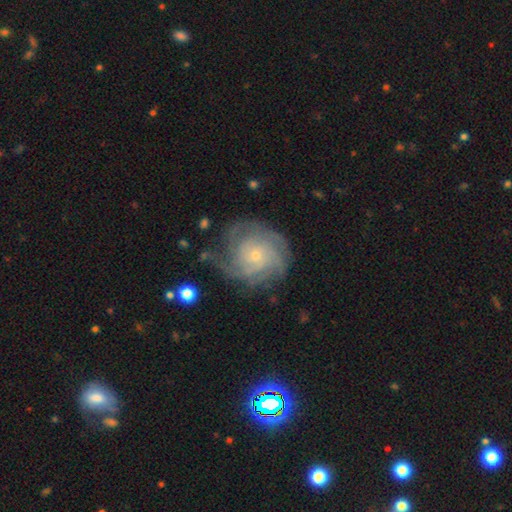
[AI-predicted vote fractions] Smooth or featured: featured or disk — 81% (smooth — 12%)
Edge-on disk: no — 97% (yes — 3%)
Bar: no — 81% (weak — 16%)
Spiral arms: yes — 94% (no — 6%)
Spiral winding: tight — 65% (medium — 27%)
Spiral arm count: can't tell — 32% (4 — 25%)
Bulge size: small — 78% (moderate — 18%)
Merging: none — 66% (minor disturbance — 21%)